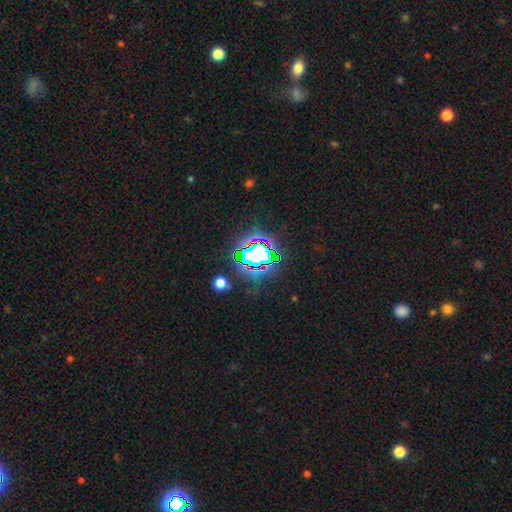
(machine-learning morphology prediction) Smooth or featured: star or artifact — 70% (smooth — 17%)